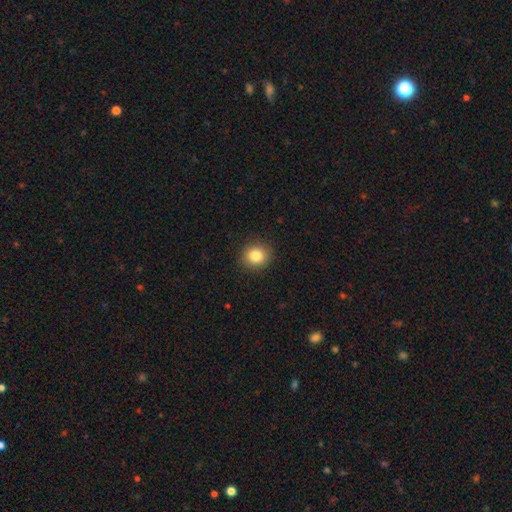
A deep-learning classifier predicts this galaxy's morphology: Smooth or featured: smooth — 84% (star or artifact — 10%)
How rounded: round — 84% (in between — 15%)
Merging: none — 90% (minor disturbance — 7%)